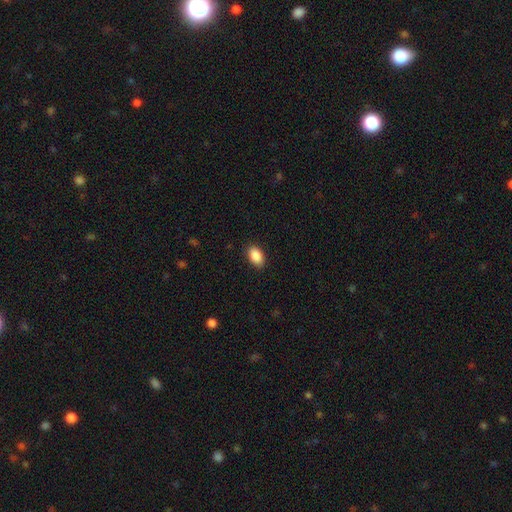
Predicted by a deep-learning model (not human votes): A smooth galaxy with no disk features (89%) that is in between round and cigar-shaped (89%).

Vote fractions:
- Smooth or featured? smooth: 89% / star or artifact: 7% / featured or disk: 4%
- How rounded? in between: 89% / round: 10% / cigar-shaped: 1%
- Merging? none: 89% / minor disturbance: 8% / major disturbance: 2% / merger: 1%